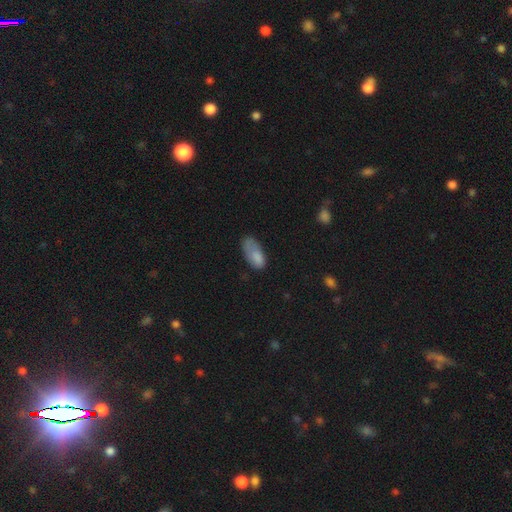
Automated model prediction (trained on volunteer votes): The model was most divided on "merging": none: 39%, minor disturbance: 37%, major disturbance: 21%, merger: 3%. More confident: how rounded — in between (90%); smooth or featured — smooth (79%).